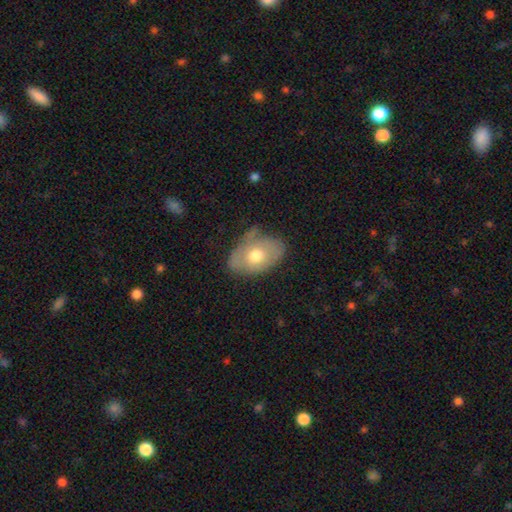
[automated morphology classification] The model was most divided on "merging": none: 51%, minor disturbance: 34%, major disturbance: 12%, merger: 3%. More confident: how rounded — in between (87%); smooth or featured — smooth (62%).